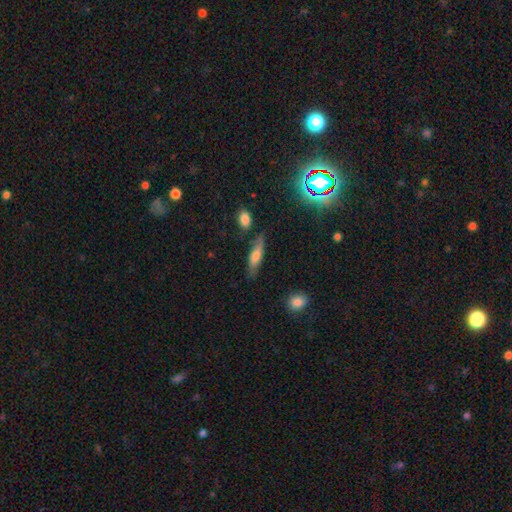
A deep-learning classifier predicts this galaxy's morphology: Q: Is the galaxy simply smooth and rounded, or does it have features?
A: smooth — 64%.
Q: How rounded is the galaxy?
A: cigar-shaped — 62%.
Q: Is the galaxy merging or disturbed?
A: none — 72%.